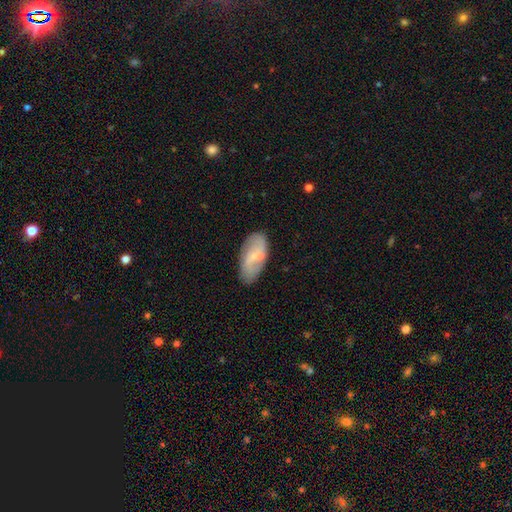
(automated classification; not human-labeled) A featured or disk galaxy (53%).

Vote fractions:
- Smooth or featured? featured or disk: 53% / smooth: 40% / star or artifact: 7%
- Edge-on disk? no: 92% / yes: 8%
- Merging? none: 77% / minor disturbance: 16% / major disturbance: 4% / merger: 3%